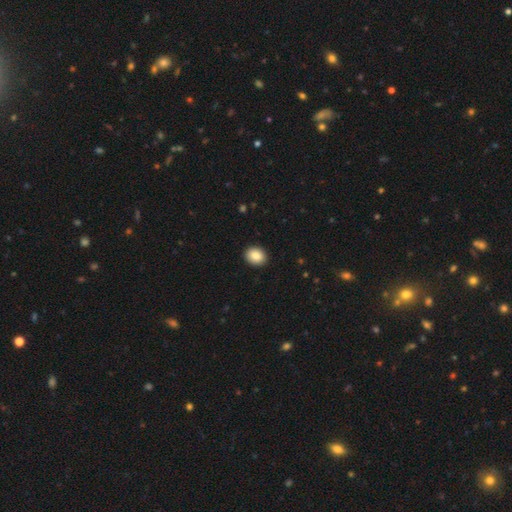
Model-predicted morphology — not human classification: A smooth galaxy with no disk features (88%) that is in between round and cigar-shaped (57%). Merging: none (91%).